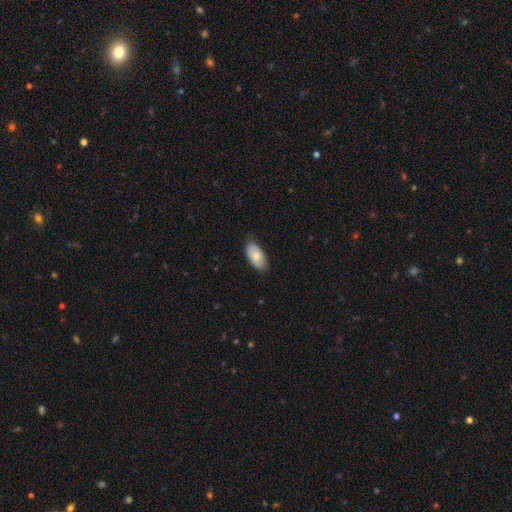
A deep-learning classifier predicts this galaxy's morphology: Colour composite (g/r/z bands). It shows a smooth galaxy with no disk features (75%) that is in between round and cigar-shaped (95%). Merging: none (81%).